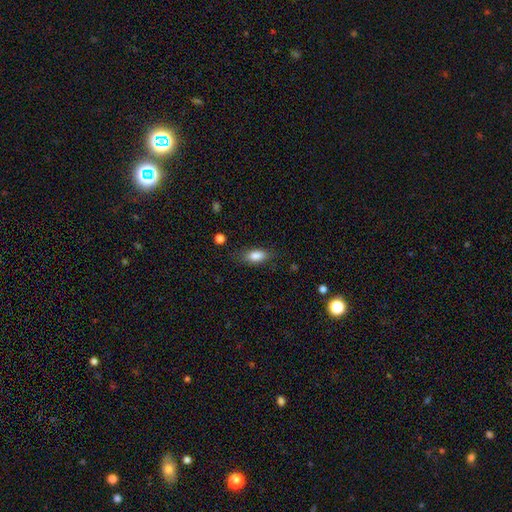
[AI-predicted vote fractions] This is clearly a smooth galaxy (85%). How rounded: clearly in between (83%). Merging: likely none (78%).